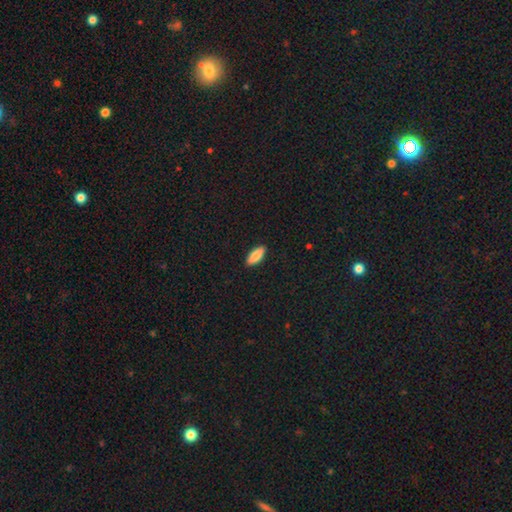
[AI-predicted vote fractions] Smooth or featured?
  - smooth: 85% *
  - featured or disk: 9%
  - star or artifact: 6%
How rounded?
  - in between: 72% *
  - cigar-shaped: 26%
  - round: 2%
Merging?
  - none: 90% *
  - minor disturbance: 8%
  - major disturbance: 2%
  - merger: 1%